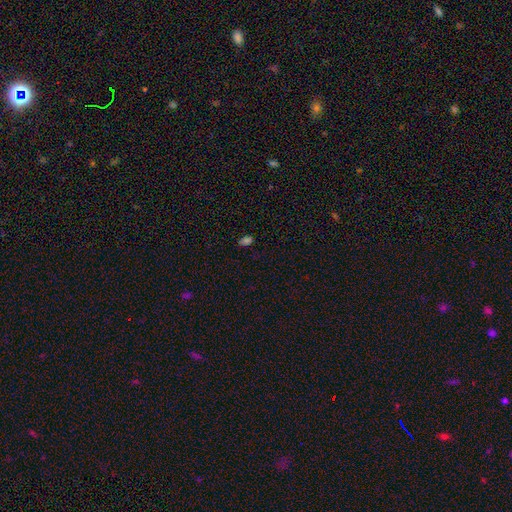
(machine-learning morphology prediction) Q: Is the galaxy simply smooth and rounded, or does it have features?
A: smooth — 68%.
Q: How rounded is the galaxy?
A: in between — 86%.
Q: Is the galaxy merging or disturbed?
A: none — 78%.